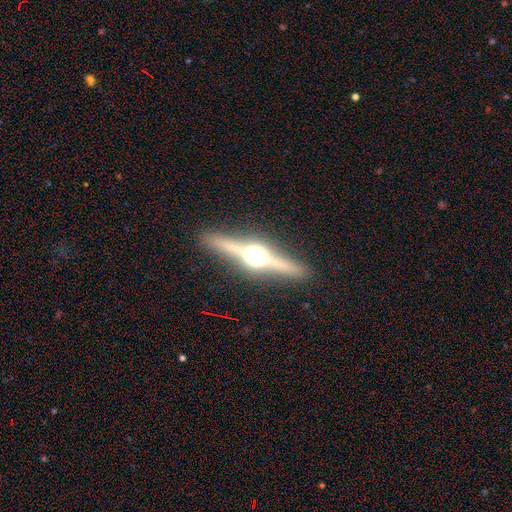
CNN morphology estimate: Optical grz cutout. It shows a featured or disk galaxy (79%) viewed edge-on (97%) with a rounded central bulge (95%). Merging: none (89%).